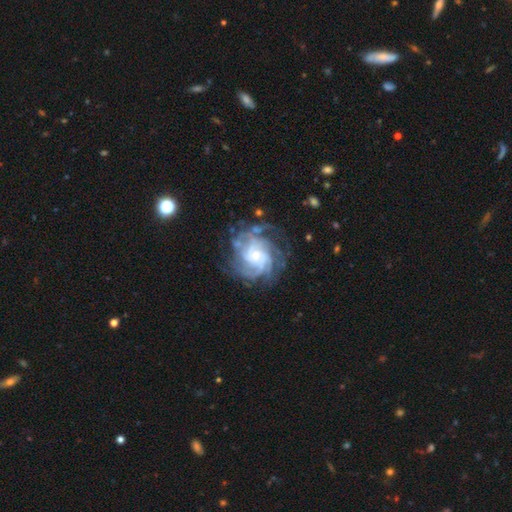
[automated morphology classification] Q: Smooth or featured?
A: featured or disk (87%); runner-up: smooth (7%)
Q: Edge-on disk?
A: no (98%); runner-up: yes (2%)
Q: Bar?
A: no (70%); runner-up: weak (24%)
Q: Spiral arms?
A: yes (96%); runner-up: no (4%)
Q: Spiral winding?
A: tight (62%); runner-up: medium (31%)
Q: Spiral arm count?
A: can't tell (27%); runner-up: 4 (26%)
Q: Bulge size?
A: small (64%); runner-up: moderate (27%)
Q: Merging?
A: none (69%); runner-up: minor disturbance (17%)